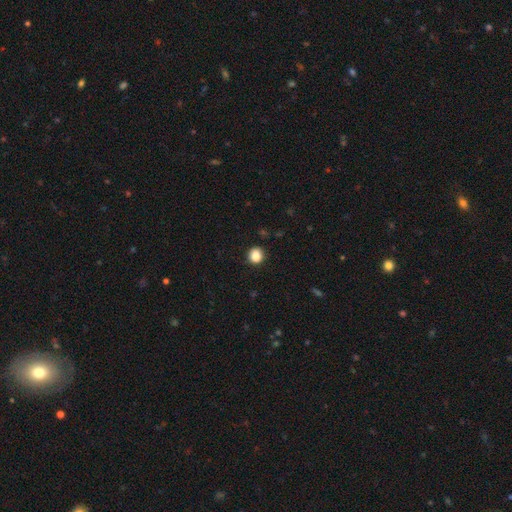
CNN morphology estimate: A smooth galaxy with no disk features (87%) that is round (81%). Merging: none (88%).